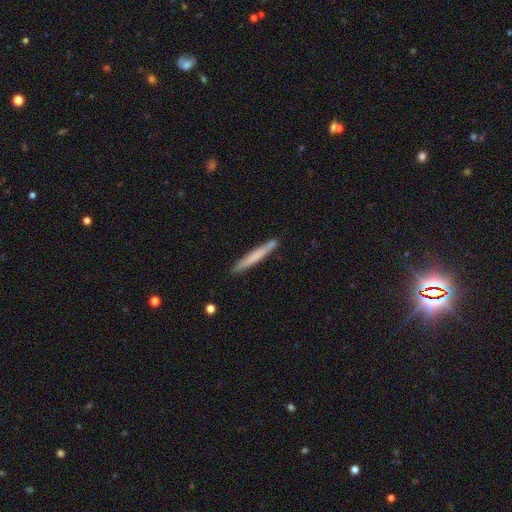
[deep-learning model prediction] smooth-or-featured: smooth: 65% | featured or disk: 29% | star or artifact: 5%
  how-rounded: cigar-shaped: 97% | in between: 2% | round: 1%
  merging: none: 90% | minor disturbance: 7% | merger: 1% | major disturbance: 1%